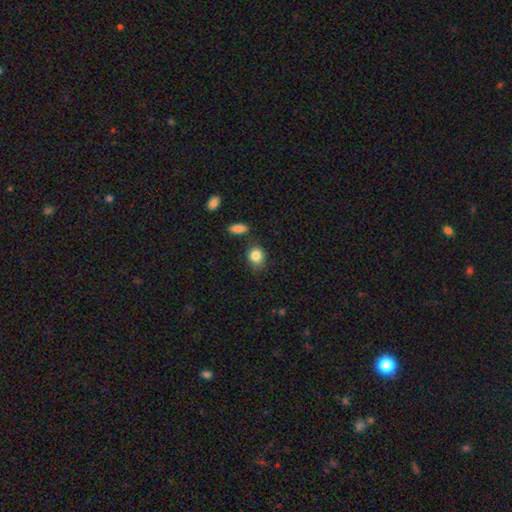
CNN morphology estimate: A smooth galaxy with no disk features (86%) that is round (61%).

Vote fractions:
- Smooth or featured? smooth: 86% / star or artifact: 9% / featured or disk: 5%
- How rounded? round: 61% / in between: 38% / cigar-shaped: 1%
- Merging? none: 77% / minor disturbance: 15% / merger: 5% / major disturbance: 3%